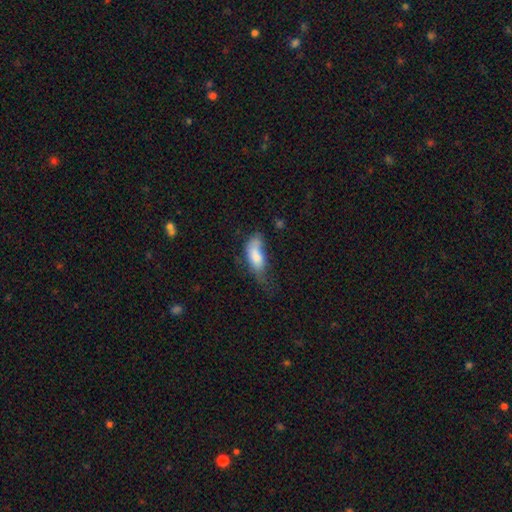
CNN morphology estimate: Smooth or featured: smooth — 74% (featured or disk — 19%)
How rounded: in between — 81% (cigar-shaped — 17%)
Merging: minor disturbance — 34% (major disturbance — 31%)